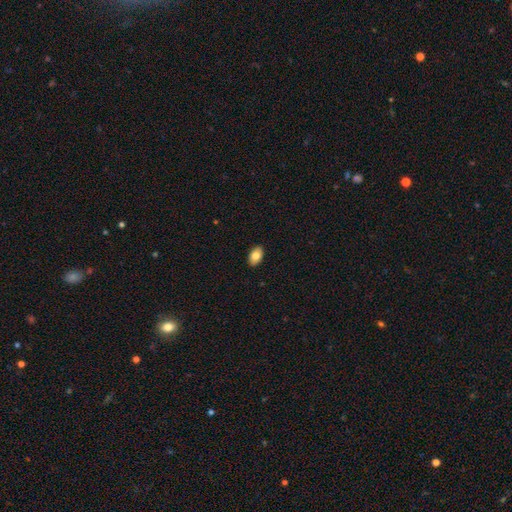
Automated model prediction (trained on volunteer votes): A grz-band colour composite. It shows a smooth galaxy with no disk features (84%) that is in between round and cigar-shaped (93%). Merging: none (91%).